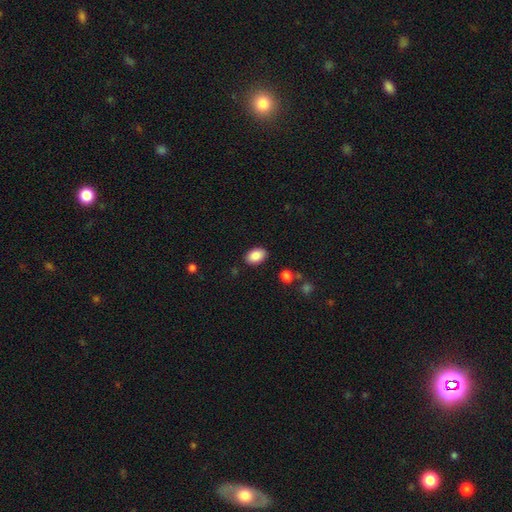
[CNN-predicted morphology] This is clearly a smooth galaxy (89%). How rounded: clearly in between (88%). Merging: clearly none (87%).